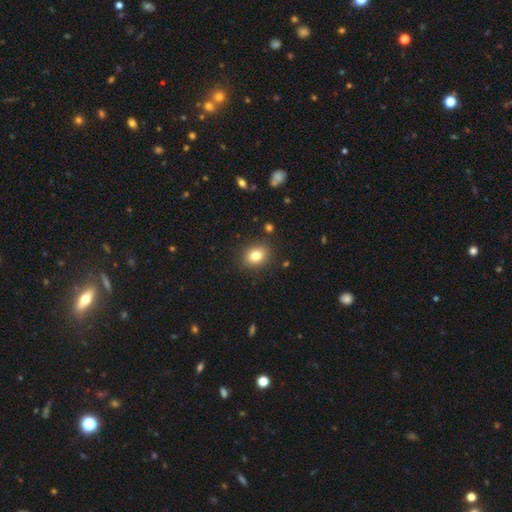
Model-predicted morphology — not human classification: Overall: smooth (81%). How rounded: round (51%; in between 48%). Merging: none (88%).